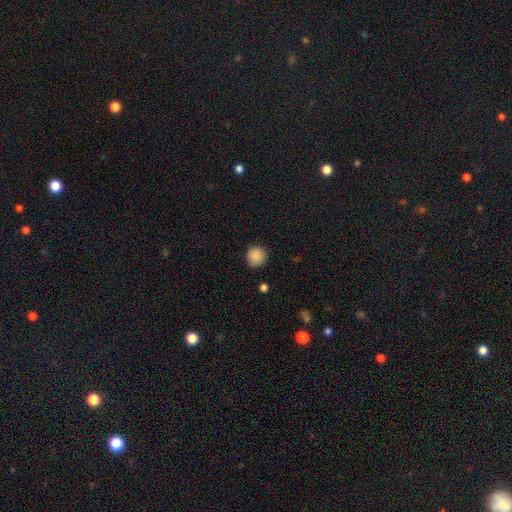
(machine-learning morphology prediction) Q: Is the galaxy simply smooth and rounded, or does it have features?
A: smooth — 88%.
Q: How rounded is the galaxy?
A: round — 92%.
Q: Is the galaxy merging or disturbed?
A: none — 87%.